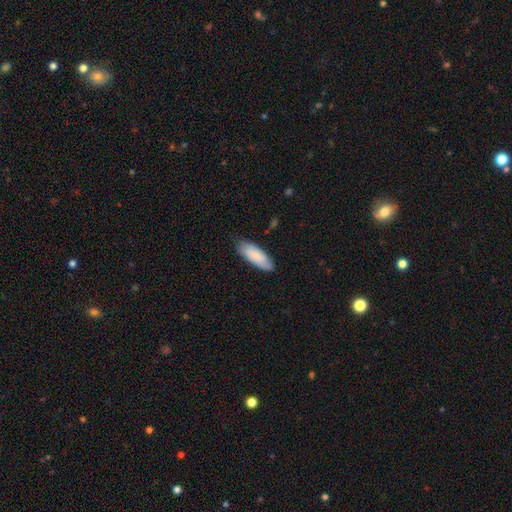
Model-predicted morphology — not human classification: smooth 81%, featured or disk 14%, star or artifact 5%. Down the decision tree: how rounded — in between (70%); merging — none (78%).